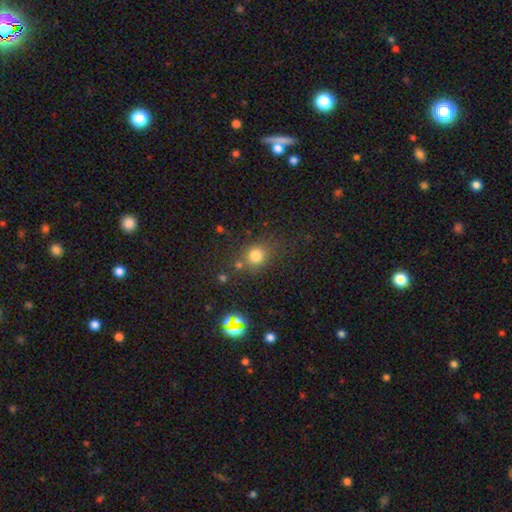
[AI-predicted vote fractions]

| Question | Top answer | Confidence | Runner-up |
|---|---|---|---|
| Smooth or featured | smooth | 76% | star or artifact (17%) |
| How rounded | round | 76% | in between (23%) |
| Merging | none | 70% | minor disturbance (14%) |